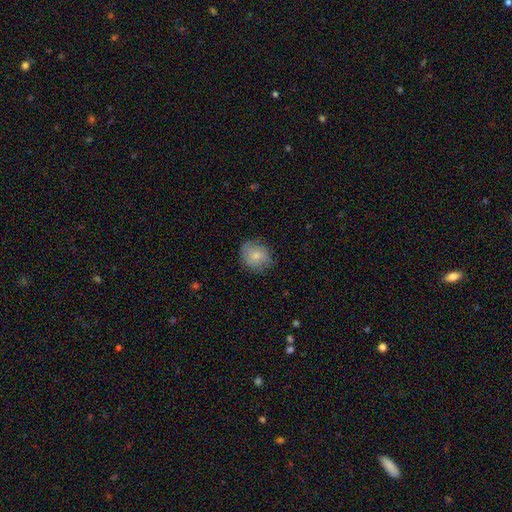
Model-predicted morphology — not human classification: Smooth or featured?
  - smooth: 70% *
  - featured or disk: 22%
  - star or artifact: 8%
How rounded?
  - round: 71% *
  - in between: 28%
  - cigar-shaped: 1%
Merging?
  - none: 73% *
  - minor disturbance: 21%
  - major disturbance: 5%
  - merger: 1%